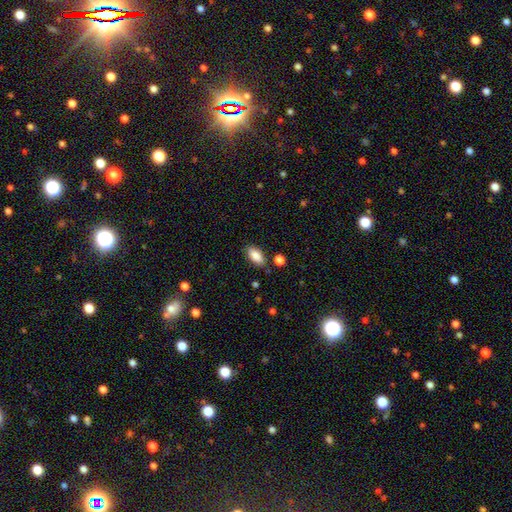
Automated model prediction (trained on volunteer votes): This is clearly a smooth galaxy (87%). How rounded: clearly in between (90%). Merging: clearly none (83%).